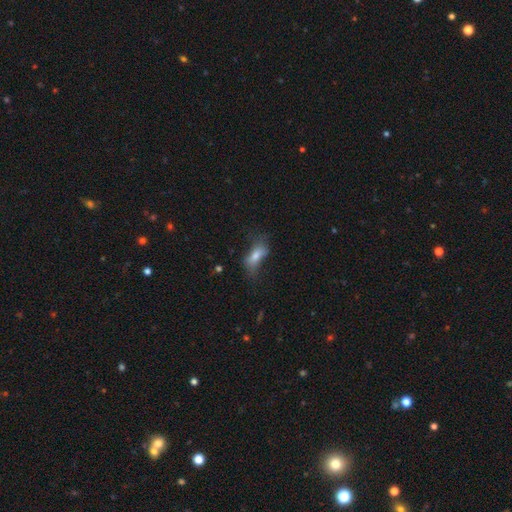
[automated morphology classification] Smooth or featured?
  - smooth: 64% *
  - featured or disk: 25%
  - star or artifact: 11%
How rounded?
  - in between: 79% *
  - cigar-shaped: 15%
  - round: 6%
Merging?
  - none: 35% *
  - major disturbance: 33%
  - minor disturbance: 28%
  - merger: 4%